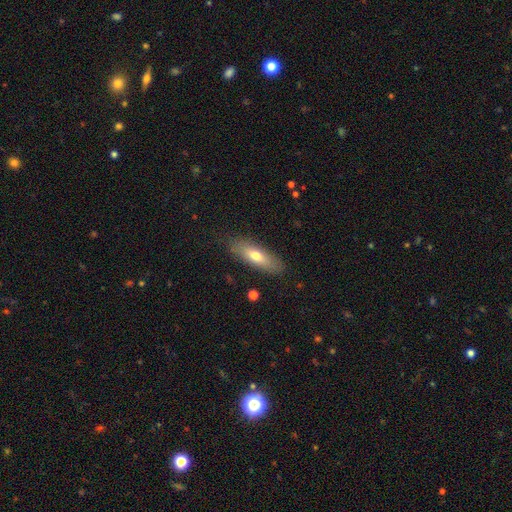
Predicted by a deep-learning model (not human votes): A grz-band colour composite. It shows a smooth galaxy with no disk features (68%) that is in between round and cigar-shaped (52%). Merging: none (84%).